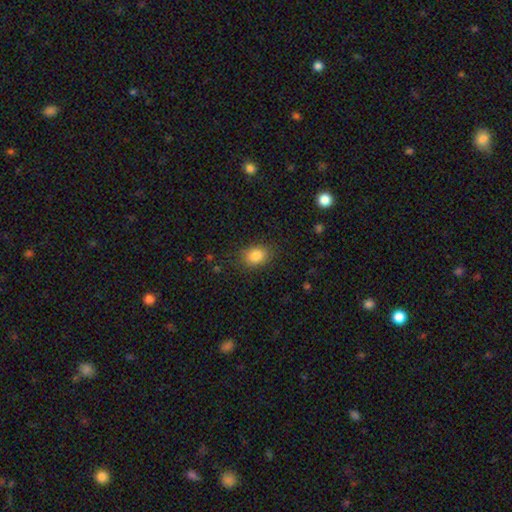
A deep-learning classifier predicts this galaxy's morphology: Smooth or featured? smooth (85%)
How rounded? in between (65%)
Merging? none (83%)